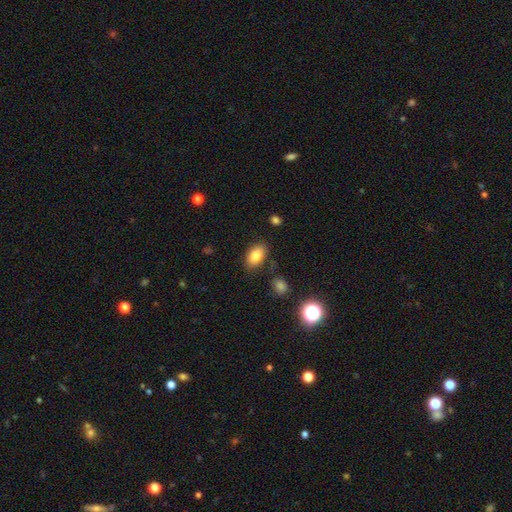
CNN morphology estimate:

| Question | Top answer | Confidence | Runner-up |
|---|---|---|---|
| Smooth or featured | smooth | 83% | star or artifact (9%) |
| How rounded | in between | 92% | round (7%) |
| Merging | none | 81% | minor disturbance (13%) |